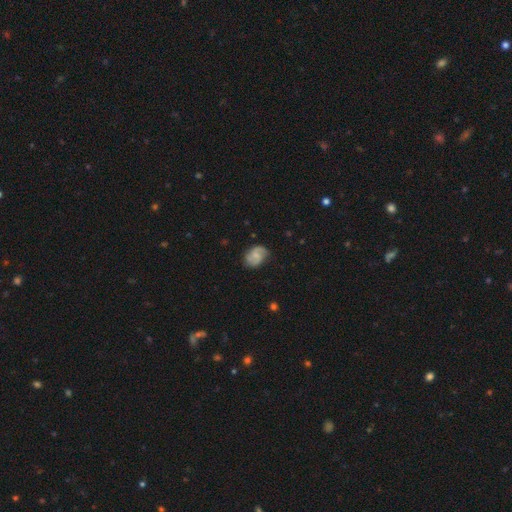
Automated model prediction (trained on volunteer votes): The model was most divided on "bar": no: 53%, weak: 41%, strong: 7%. Remaining: edge-on disk — no (97%); spiral arms — yes (91%); spiral arm count — 2 (82%); merging — none (75%); smooth or featured — featured or disk (58%); bulge size — small (50%); spiral winding — medium (47%).